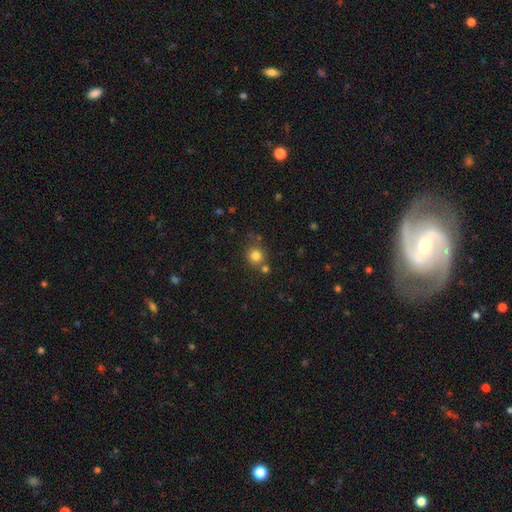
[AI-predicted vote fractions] Q: Smooth or featured?
A: smooth (81%); runner-up: star or artifact (13%)
Q: How rounded?
A: round (89%); runner-up: in between (10%)
Q: Merging?
A: none (69%); runner-up: merger (17%)